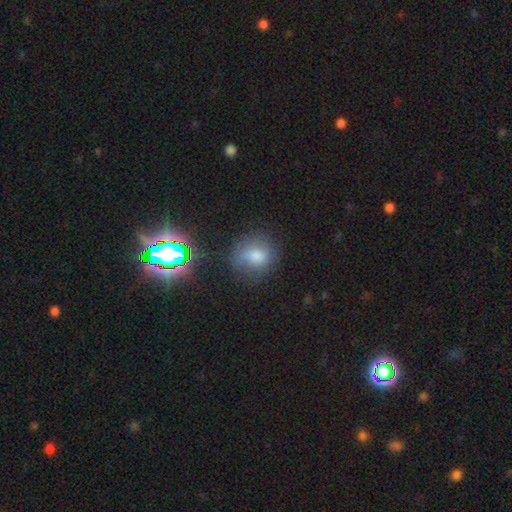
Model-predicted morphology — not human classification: Overall: smooth (66%). How rounded: round (73%). Merging: none (68%).